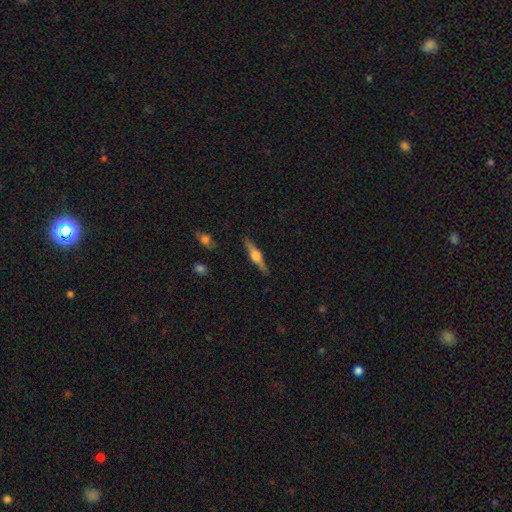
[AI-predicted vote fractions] Smooth or featured?
  - featured or disk: 72% *
  - smooth: 22%
  - star or artifact: 6%
Edge-on disk?
  - yes: 97% *
  - no: 3%
Edge-on bulge?
  - rounded: 90% *
  - boxy: 8%
  - none: 2%
Merging?
  - none: 89% *
  - minor disturbance: 8%
  - major disturbance: 2%
  - merger: 1%